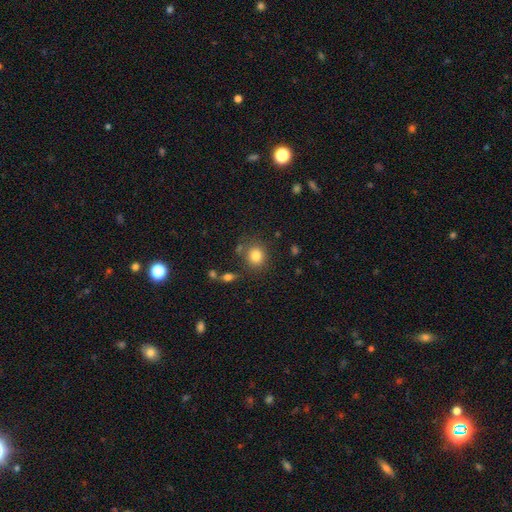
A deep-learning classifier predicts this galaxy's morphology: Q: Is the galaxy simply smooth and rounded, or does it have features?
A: smooth — 82%.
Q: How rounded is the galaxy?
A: round — 81%.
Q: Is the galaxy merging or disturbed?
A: none — 79%.